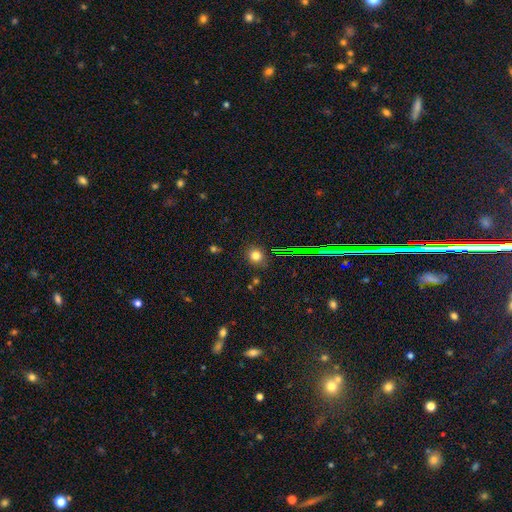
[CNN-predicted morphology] Overall: smooth (76%). How rounded: round (85%). Merging: none (86%).